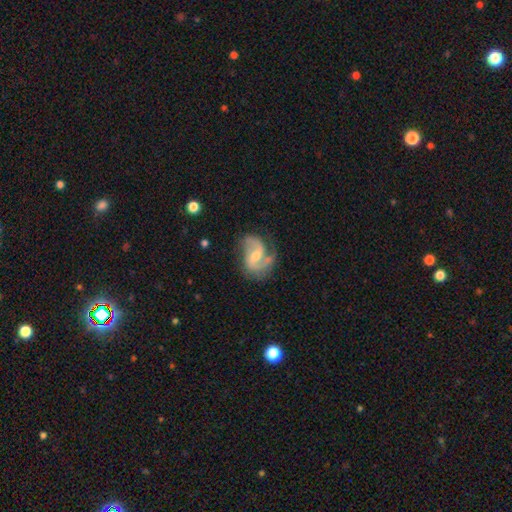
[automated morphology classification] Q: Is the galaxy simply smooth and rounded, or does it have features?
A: featured or disk — 85%.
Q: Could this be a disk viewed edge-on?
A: no — 98%.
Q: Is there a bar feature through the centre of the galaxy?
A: weak — 51%.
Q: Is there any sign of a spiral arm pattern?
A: yes — 96%.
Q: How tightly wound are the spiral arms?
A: medium — 51%.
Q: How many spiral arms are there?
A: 2 — 81%.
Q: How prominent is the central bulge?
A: moderate — 59%.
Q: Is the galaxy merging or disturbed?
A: none — 60%.